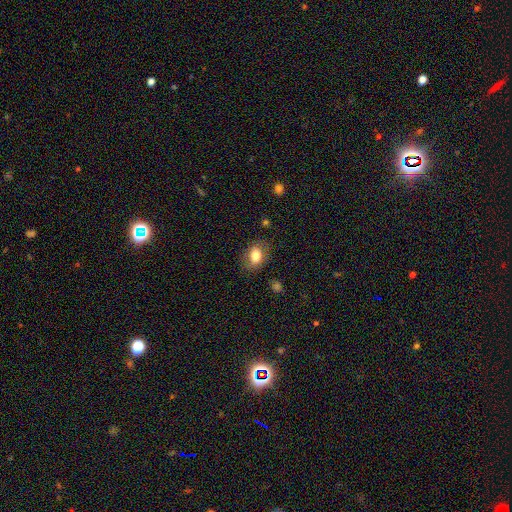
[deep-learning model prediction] smooth_or_featured: smooth (p=0.78) [alt: featured or disk p=0.14]
how_rounded: in between (p=0.77) [alt: round p=0.21]
merging: none (p=0.79) [alt: minor disturbance p=0.15]